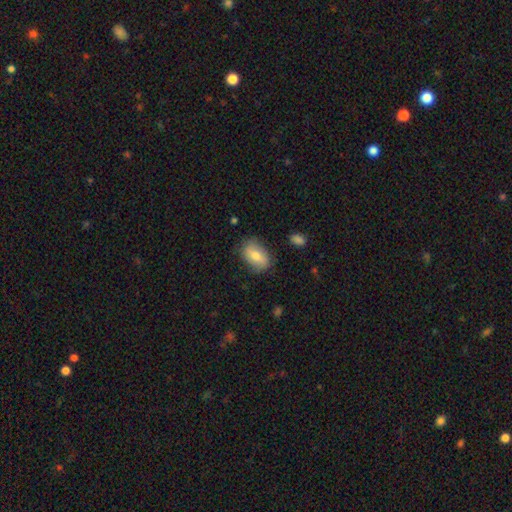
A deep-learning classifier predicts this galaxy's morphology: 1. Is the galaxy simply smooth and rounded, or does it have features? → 72% smooth, 21% featured or disk, 7% star or artifact.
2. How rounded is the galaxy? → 87% in between, 11% round, 2% cigar-shaped.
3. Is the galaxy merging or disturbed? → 76% none, 18% minor disturbance, 4% major disturbance, 1% merger.